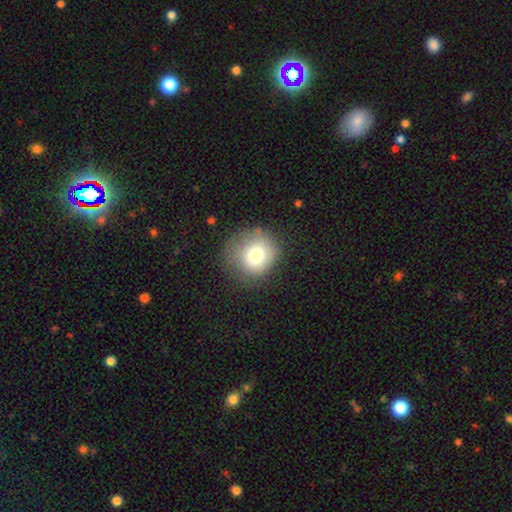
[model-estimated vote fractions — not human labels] Smooth or featured?
  - smooth: 76% *
  - featured or disk: 13%
  - star or artifact: 12%
How rounded?
  - round: 89% *
  - in between: 10%
  - cigar-shaped: 1%
Merging?
  - none: 72% *
  - minor disturbance: 18%
  - major disturbance: 8%
  - merger: 2%